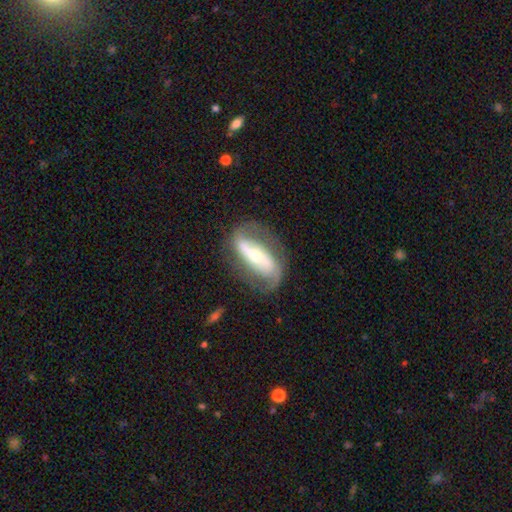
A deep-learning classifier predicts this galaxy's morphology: smooth_or_featured: featured or disk (p=0.78) [alt: smooth p=0.16]
disk_edge_on: no (p=0.89) [alt: yes p=0.11]
bar: strong (p=0.57) [alt: weak p=0.22]
has_spiral_arms: yes (p=0.87) [alt: no p=0.13]
spiral_winding: loose (p=0.41) [alt: medium p=0.37]
spiral_arm_count: 2 (p=0.85) [alt: can't tell p=0.07]
bulge_size: moderate (p=0.46) [alt: small p=0.44]
merging: none (p=0.70) [alt: minor disturbance p=0.18]